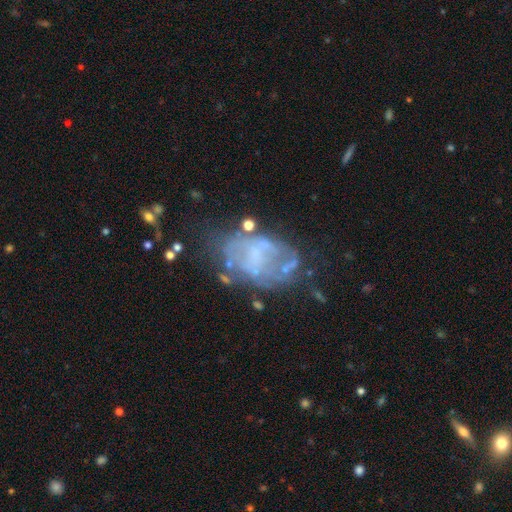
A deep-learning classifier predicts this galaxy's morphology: Smooth or featured: featured or disk — 67% (smooth — 22%)
Edge-on disk: no — 97% (yes — 3%)
Bar: no — 73% (weak — 21%)
Spiral arms: no — 70% (yes — 30%)
Bulge size: none — 62% (small — 23%)
Merging: none — 44% (major disturbance — 23%)